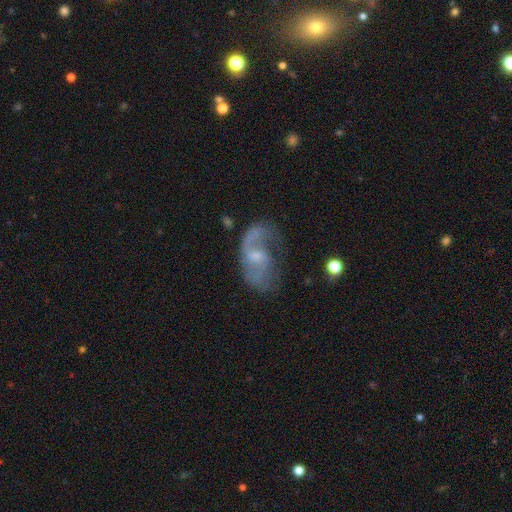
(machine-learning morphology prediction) Overall: featured or disk (77%). Edge-on disk: no (97%). Bar: weak (49%; no 41%). Spiral arms: yes (87%). Spiral arm count: 2 (59%; 1 29%). Spiral winding: loose (52%; medium 37%). Bulge size: small (49%; moderate 29%). Merging: none (46%; major disturbance 28%).